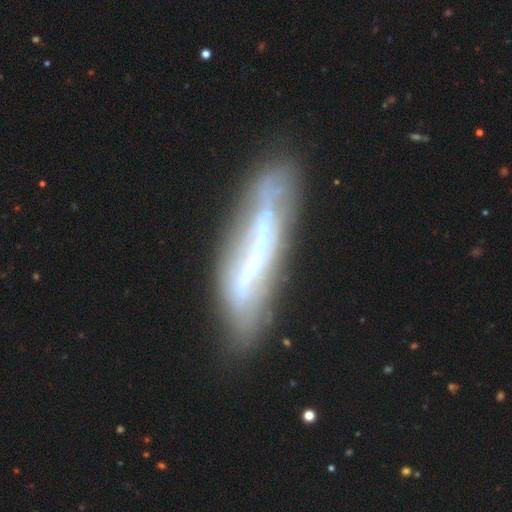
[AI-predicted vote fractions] smooth-or-featured: featured or disk: 66% | smooth: 25% | star or artifact: 9%
  disk-edge-on: no: 53% | yes: 47%
  merging: none: 62% | minor disturbance: 22% | major disturbance: 11% | merger: 5%